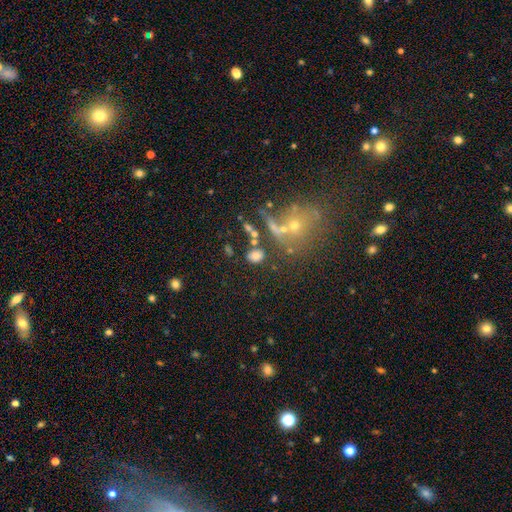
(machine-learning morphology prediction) Q: Smooth or featured?
A: smooth (72%); runner-up: star or artifact (15%)
Q: How rounded?
A: in between (66%); runner-up: round (30%)
Q: Merging?
A: none (64%); runner-up: merger (16%)